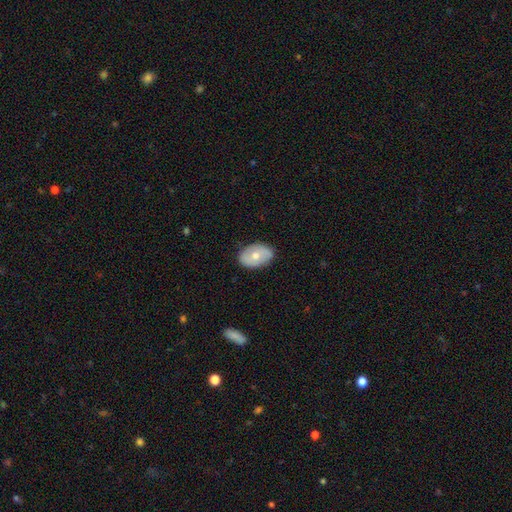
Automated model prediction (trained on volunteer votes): This is possibly a smooth galaxy (58%). How rounded: clearly in between (84%). Merging: clearly none (83%).